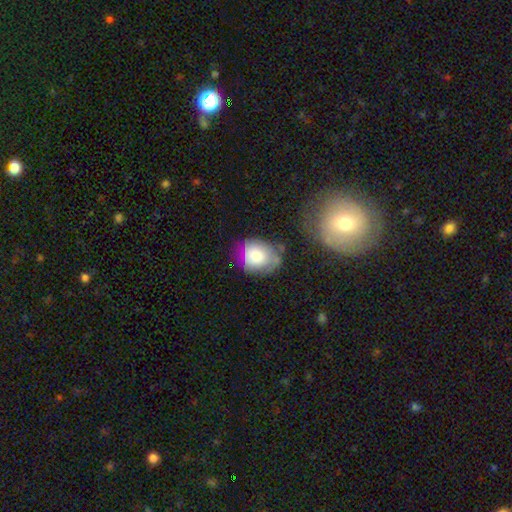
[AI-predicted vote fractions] A smooth galaxy with no disk features (72%) that is round (53%).

Vote fractions:
- Smooth or featured? smooth: 72% / featured or disk: 19% / star or artifact: 9%
- How rounded? round: 53% / in between: 46% / cigar-shaped: 1%
- Merging? none: 47% / minor disturbance: 31% / major disturbance: 15% / merger: 8%